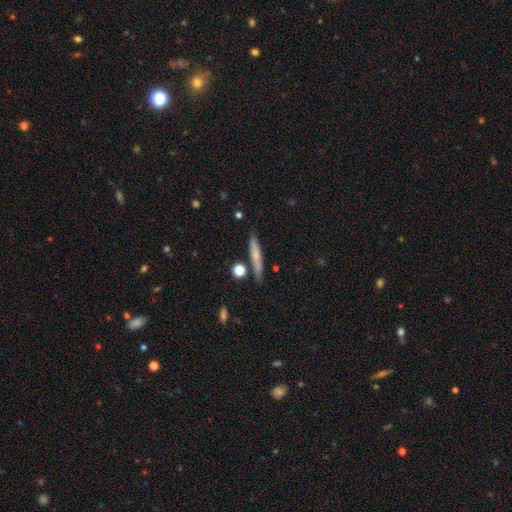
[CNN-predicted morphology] Q: Smooth or featured?
A: smooth (62%); runner-up: featured or disk (30%)
Q: How rounded?
A: cigar-shaped (92%); runner-up: in between (6%)
Q: Merging?
A: none (82%); runner-up: minor disturbance (11%)